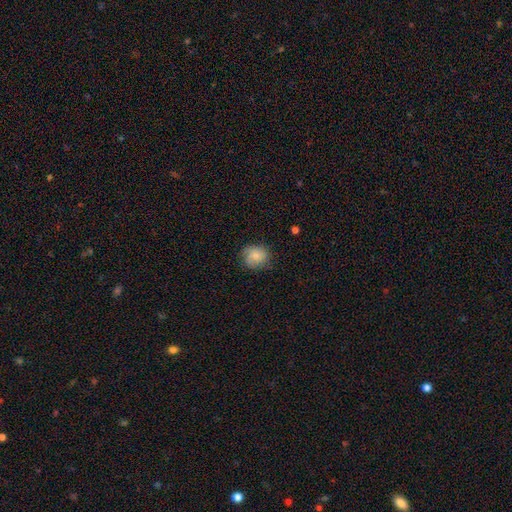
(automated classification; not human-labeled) The model was most divided on "how rounded": round: 73%, in between: 26%, cigar-shaped: 1%. More confident: merging — none (73%); smooth or featured — smooth (72%).